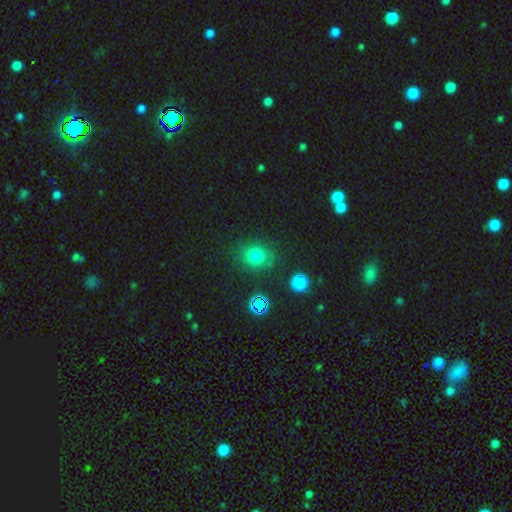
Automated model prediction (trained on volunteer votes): This appears to be a smooth galaxy with no disk features (68%) that is round (76%). Merging: none (81%).